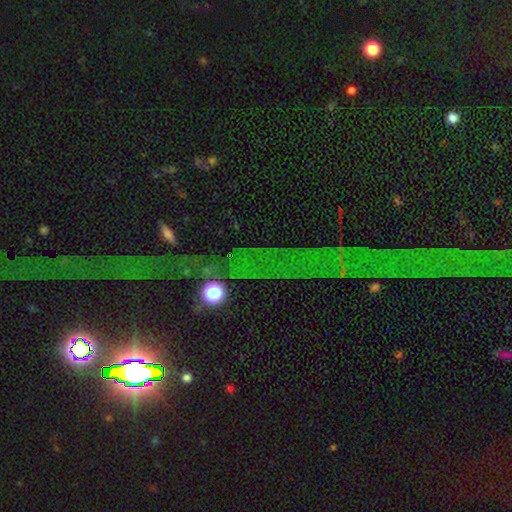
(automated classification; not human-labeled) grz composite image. It shows a star or artifact, not a galaxy (82%).